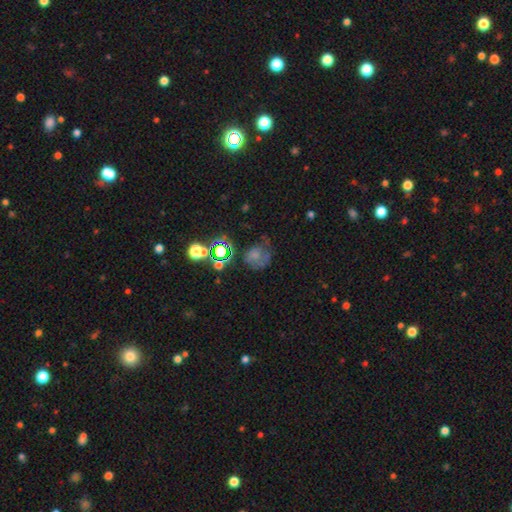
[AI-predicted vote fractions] This is possibly a smooth galaxy (51%). How rounded: likely round (71%). Merging: marginally none (40%).